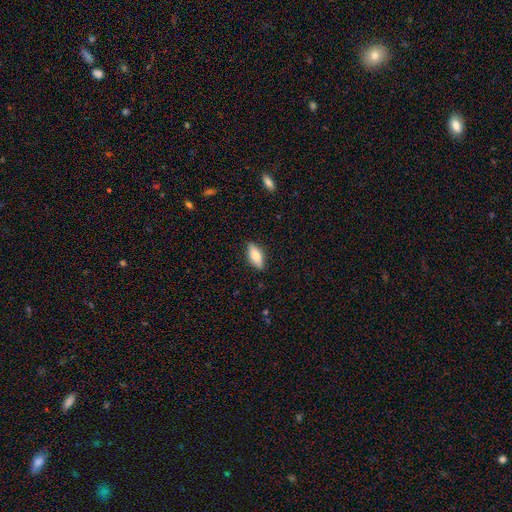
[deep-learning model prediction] Morphology: type=smooth (72%); roundness=in between (78%); merging=none (86%).